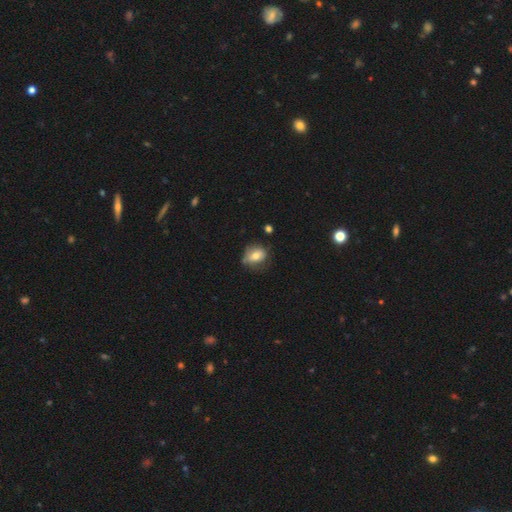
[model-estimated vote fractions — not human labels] Q: Smooth or featured?
A: smooth (66%); runner-up: featured or disk (25%)
Q: How rounded?
A: in between (51%); runner-up: round (47%)
Q: Merging?
A: none (54%); runner-up: minor disturbance (32%)